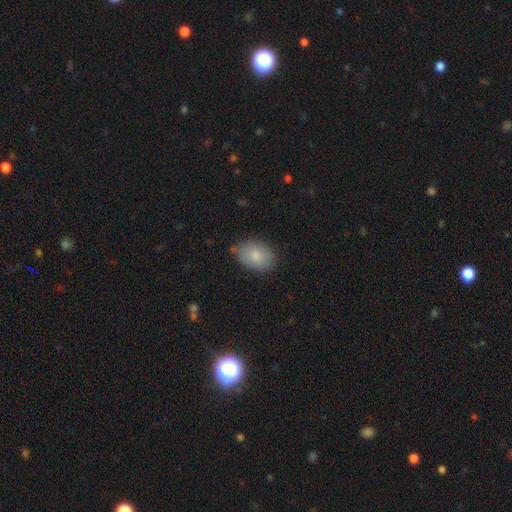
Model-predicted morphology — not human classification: smooth_or_featured: smooth (p=0.84) [alt: featured or disk p=0.09]
how_rounded: in between (p=0.83) [alt: round p=0.16]
merging: none (p=0.74) [alt: minor disturbance p=0.20]